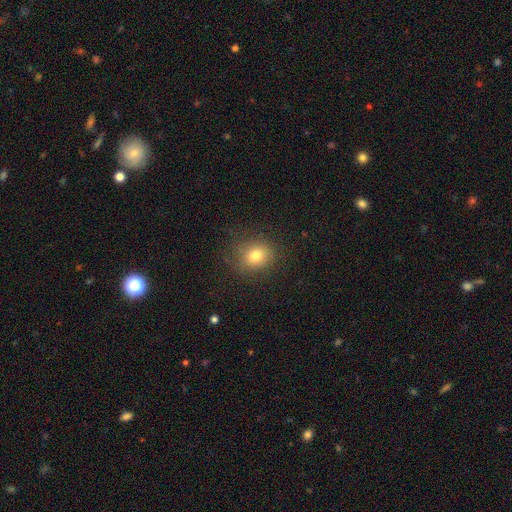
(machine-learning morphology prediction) This appears to be a smooth galaxy with no disk features (77%) that is round (69%). Merging: none (79%).